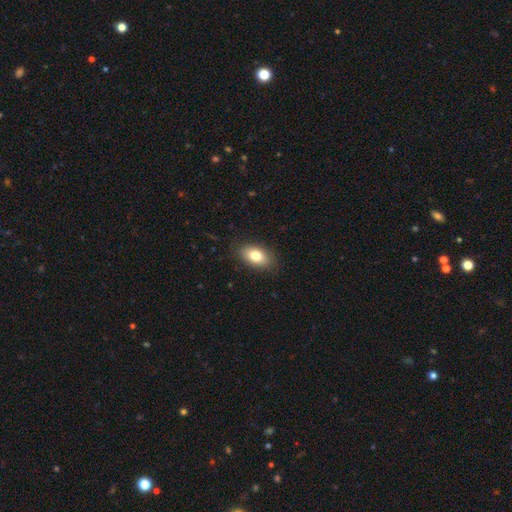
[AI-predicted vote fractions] A smooth galaxy with no disk features (80%) that is in between round and cigar-shaped (90%).

Vote fractions:
- Smooth or featured? smooth: 80% / featured or disk: 12% / star or artifact: 8%
- How rounded? in between: 90% / round: 7% / cigar-shaped: 3%
- Merging? none: 86% / minor disturbance: 10% / major disturbance: 2% / merger: 1%